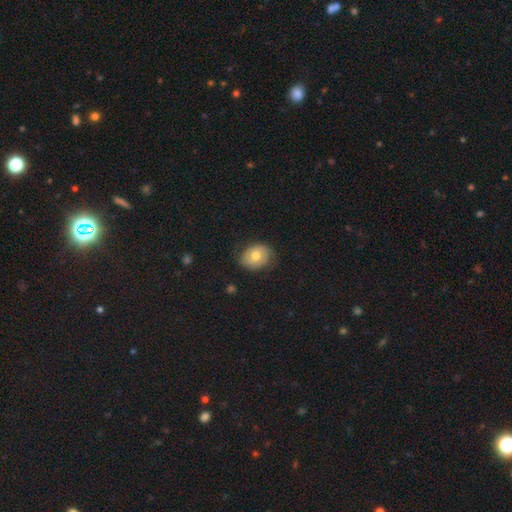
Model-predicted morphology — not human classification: smooth-or-featured: smooth: 68% | featured or disk: 25% | star or artifact: 8%
  how-rounded: in between: 59% | round: 40% | cigar-shaped: 1%
  merging: none: 73% | minor disturbance: 21% | major disturbance: 5% | merger: 1%